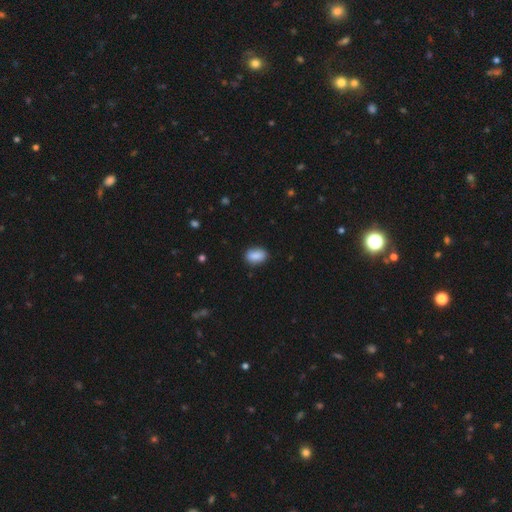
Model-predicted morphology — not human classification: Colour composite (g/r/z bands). It shows a smooth galaxy with no disk features (88%) that is in between round and cigar-shaped (86%). Merging: none (85%).